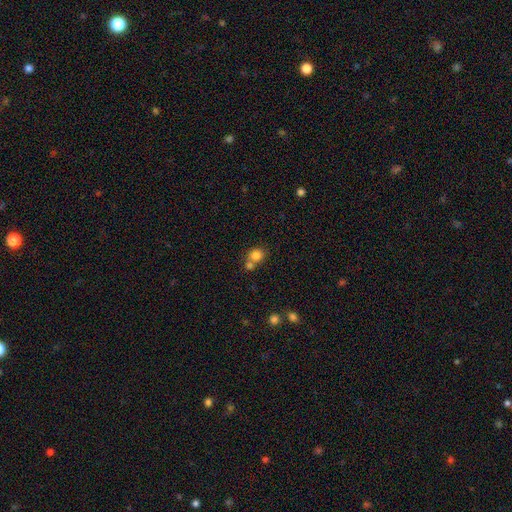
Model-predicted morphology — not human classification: A smooth galaxy with no disk features (80%) that is round (78%).

Vote fractions:
- Smooth or featured? smooth: 80% / star or artifact: 13% / featured or disk: 7%
- How rounded? round: 78% / in between: 21% / cigar-shaped: 1%
- Merging? none: 52% / merger: 36% / minor disturbance: 8% / major disturbance: 3%